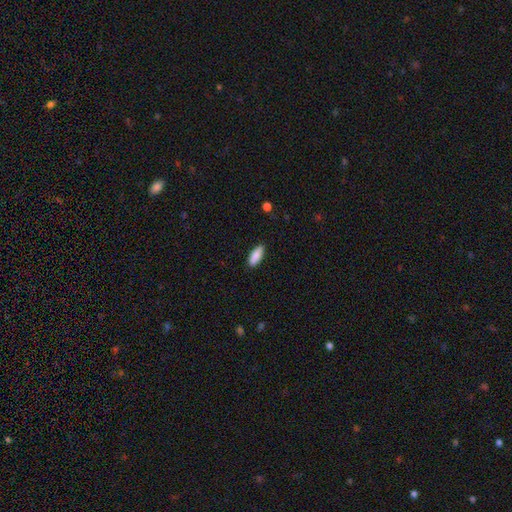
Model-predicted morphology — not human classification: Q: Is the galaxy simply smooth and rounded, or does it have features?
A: smooth — 86%.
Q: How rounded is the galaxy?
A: in between — 71%.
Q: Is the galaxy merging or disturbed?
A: none — 88%.